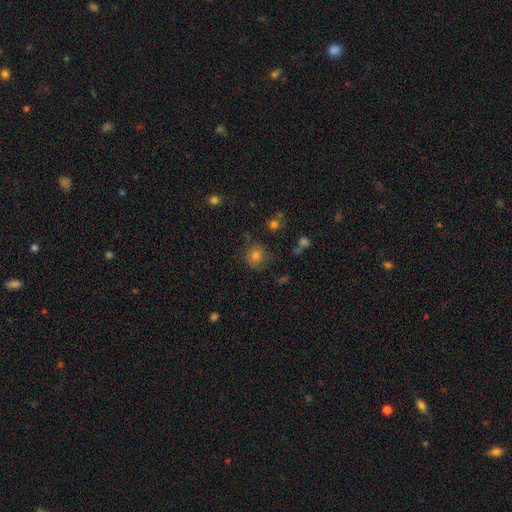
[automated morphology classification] Smooth or featured: smooth — 74% (star or artifact — 16%)
How rounded: round — 82% (in between — 17%)
Merging: none — 76% (minor disturbance — 16%)